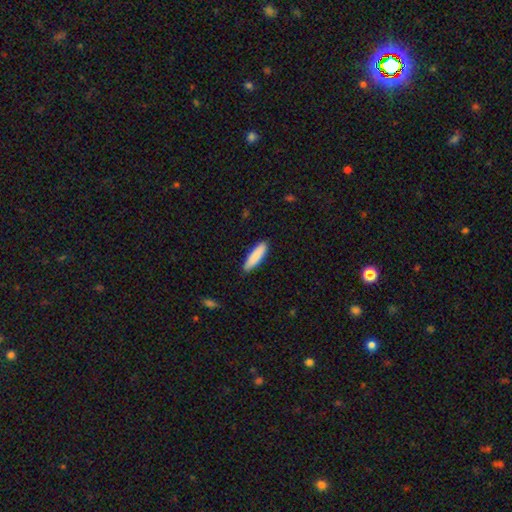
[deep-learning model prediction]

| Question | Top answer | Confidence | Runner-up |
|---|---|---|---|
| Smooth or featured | smooth | 88% | featured or disk (6%) |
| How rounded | cigar-shaped | 70% | in between (29%) |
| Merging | none | 89% | minor disturbance (8%) |